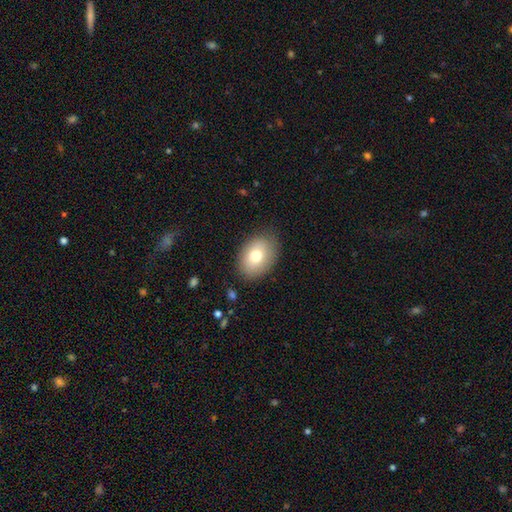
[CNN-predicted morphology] A smooth galaxy with no disk features (75%) that is in between round and cigar-shaped (77%).

Vote fractions:
- Smooth or featured? smooth: 75% / featured or disk: 16% / star or artifact: 9%
- How rounded? in between: 77% / round: 22% / cigar-shaped: 1%
- Merging? none: 82% / minor disturbance: 13% / major disturbance: 3% / merger: 1%